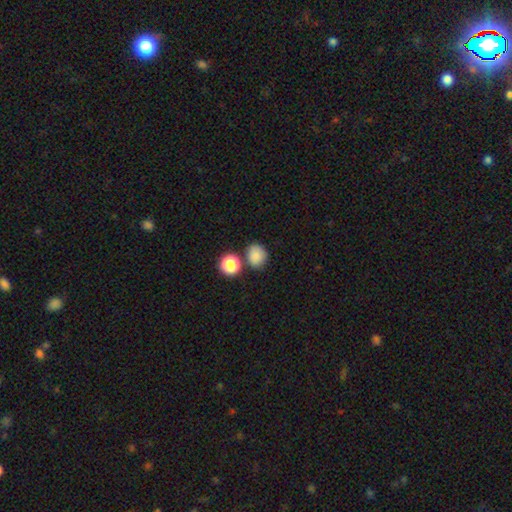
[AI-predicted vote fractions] smooth 83%, star or artifact 12%, featured or disk 5%. Down the decision tree: how rounded — round (68%); merging — none (70%).